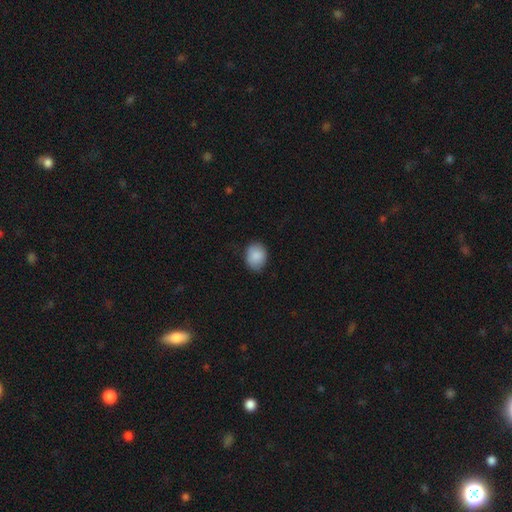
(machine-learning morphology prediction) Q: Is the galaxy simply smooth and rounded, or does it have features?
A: smooth — 88%.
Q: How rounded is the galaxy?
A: round — 50%.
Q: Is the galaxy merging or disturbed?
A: none — 78%.